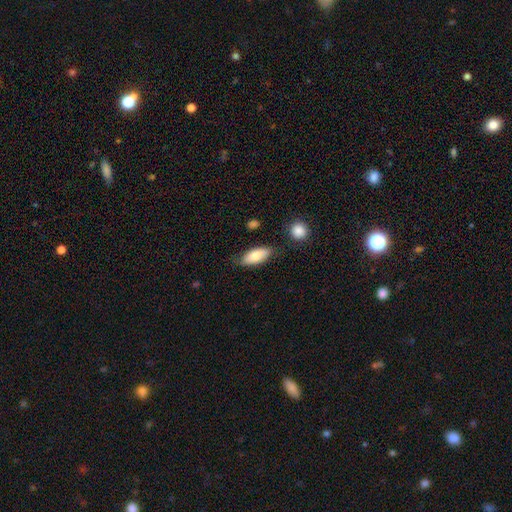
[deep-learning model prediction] A smooth galaxy with no disk features (76%) that is in between round and cigar-shaped (85%).

Vote fractions:
- Smooth or featured? smooth: 76% / featured or disk: 18% / star or artifact: 6%
- How rounded? in between: 85% / cigar-shaped: 12% / round: 3%
- Merging? none: 74% / minor disturbance: 18% / merger: 4% / major disturbance: 4%